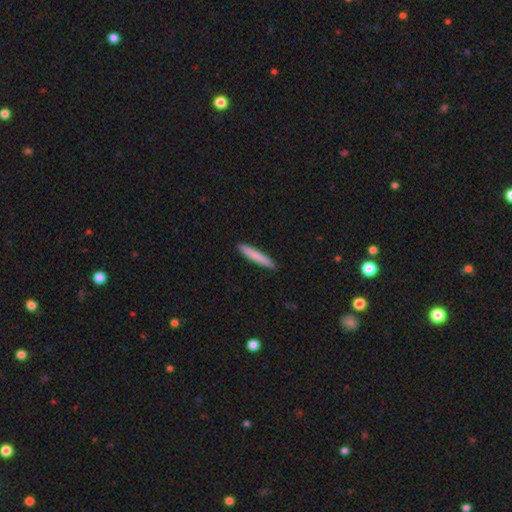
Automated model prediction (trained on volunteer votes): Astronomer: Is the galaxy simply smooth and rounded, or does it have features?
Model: smooth — 81%.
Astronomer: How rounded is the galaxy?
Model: cigar-shaped — 94%.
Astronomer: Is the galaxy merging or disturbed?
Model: none — 91%.